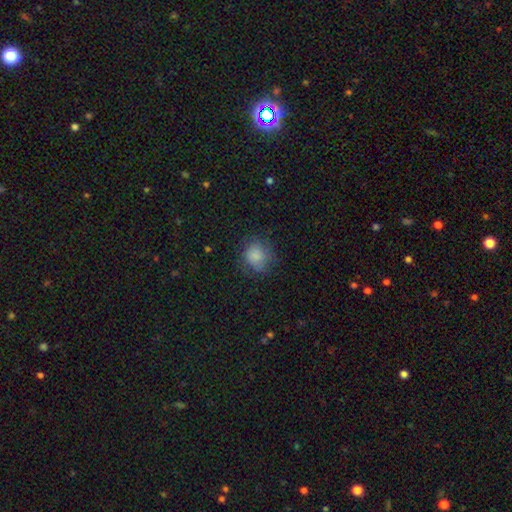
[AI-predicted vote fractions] This appears to be a smooth galaxy with no disk features (78%) that is round (81%). Merging: none (67%).